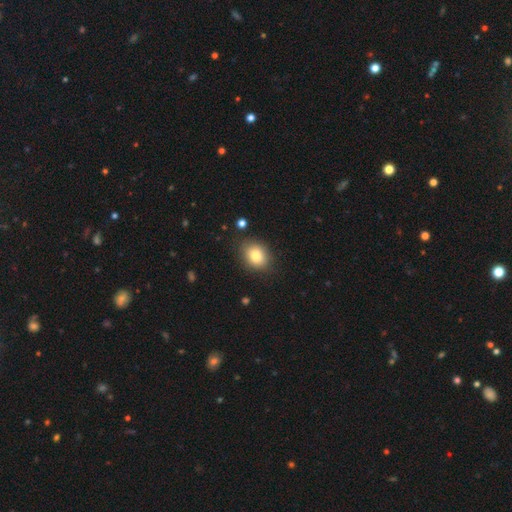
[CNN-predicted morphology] Smooth or featured? smooth (81%)
How rounded? in between (53%)
Merging? none (83%)